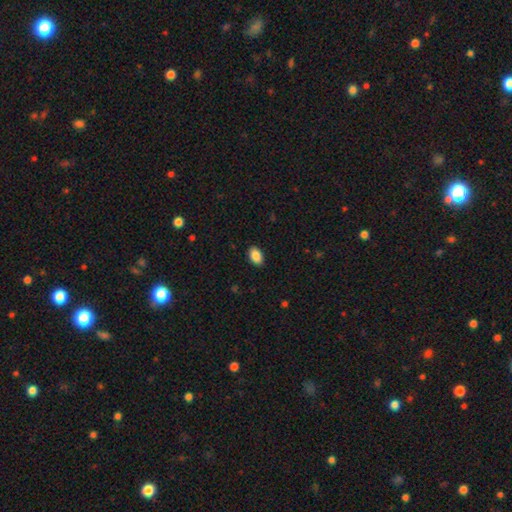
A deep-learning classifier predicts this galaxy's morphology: Smooth or featured: smooth — 88% (star or artifact — 7%)
How rounded: in between — 91% (round — 8%)
Merging: none — 89% (minor disturbance — 8%)